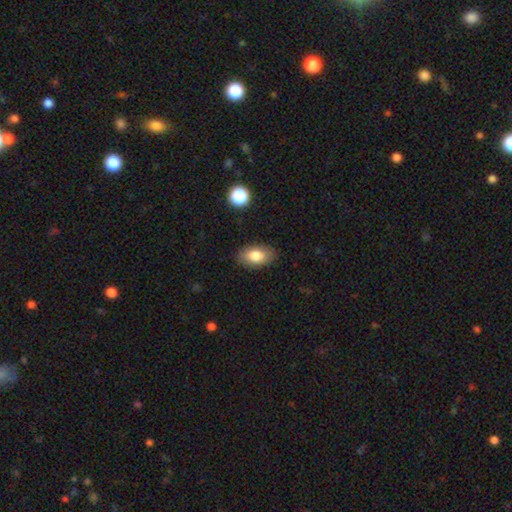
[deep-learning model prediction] Smooth or featured: smooth — 81% (featured or disk — 12%)
How rounded: in between — 92% (round — 6%)
Merging: none — 86% (minor disturbance — 10%)